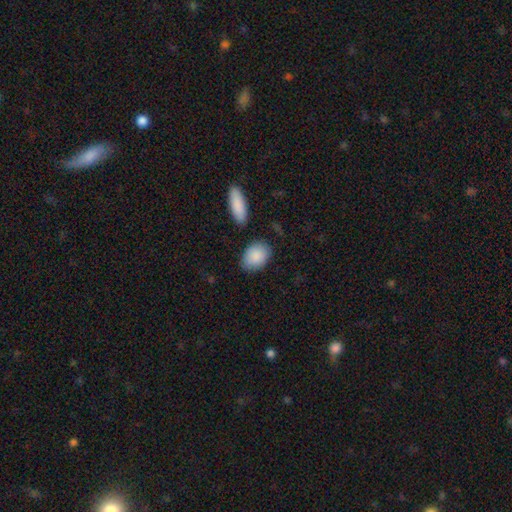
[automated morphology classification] Overall: smooth (90%). How rounded: in between (81%). Merging: none (80%).